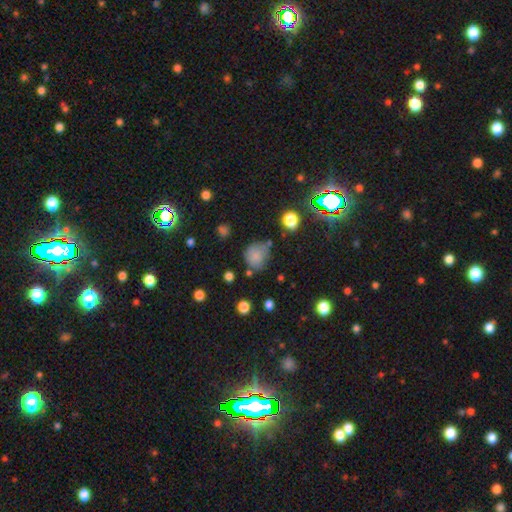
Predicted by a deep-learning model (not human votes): This is likely a smooth galaxy (77%). How rounded: clearly round (84%). Merging: likely none (63%).